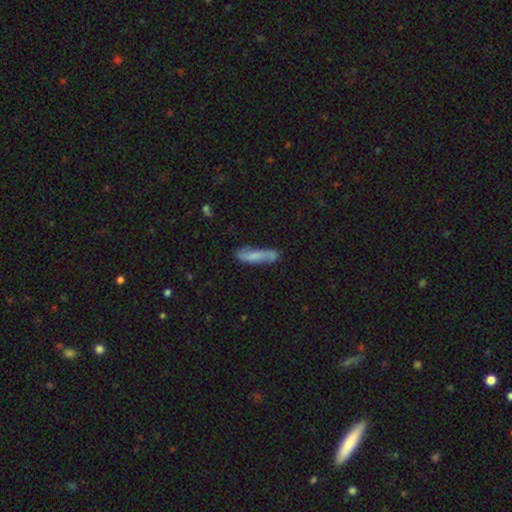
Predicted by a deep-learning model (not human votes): Smooth or featured? Predicted: smooth (p=0.61). How rounded? Predicted: cigar-shaped (p=0.78). Merging? Predicted: none (p=0.67).